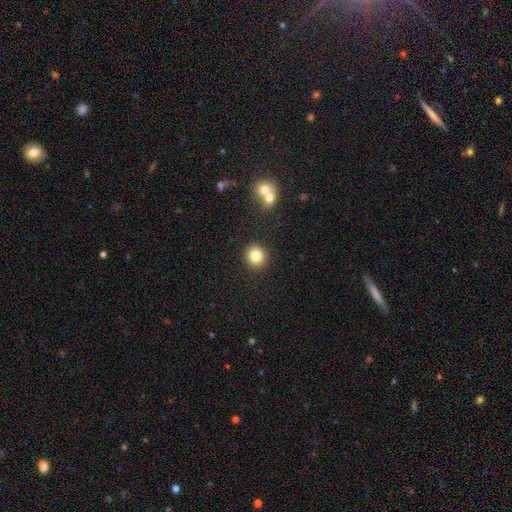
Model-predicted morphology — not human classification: This appears to be a smooth galaxy with no disk features (82%) that is round (88%). Merging: none (89%).